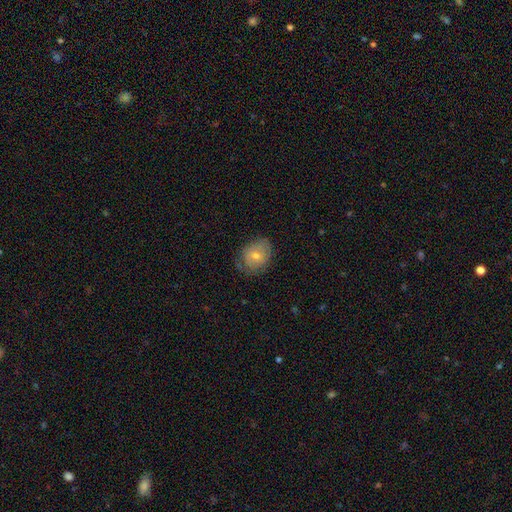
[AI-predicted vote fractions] Smooth or featured? Predicted: smooth (p=0.57). How rounded? Predicted: round (p=0.52). Merging? Predicted: none (p=0.69).